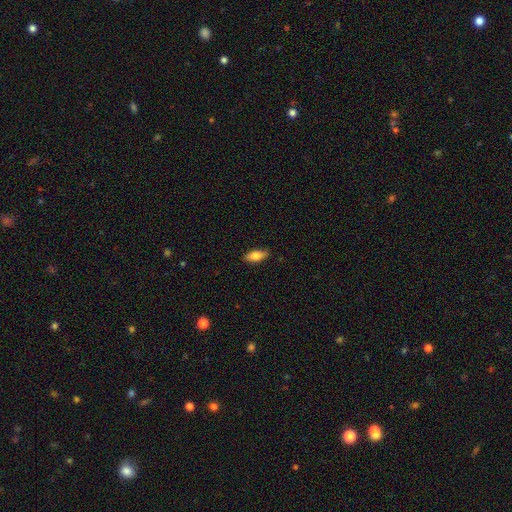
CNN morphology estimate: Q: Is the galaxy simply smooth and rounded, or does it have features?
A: smooth — 78%.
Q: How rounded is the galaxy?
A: in between — 81%.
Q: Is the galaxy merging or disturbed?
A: none — 87%.